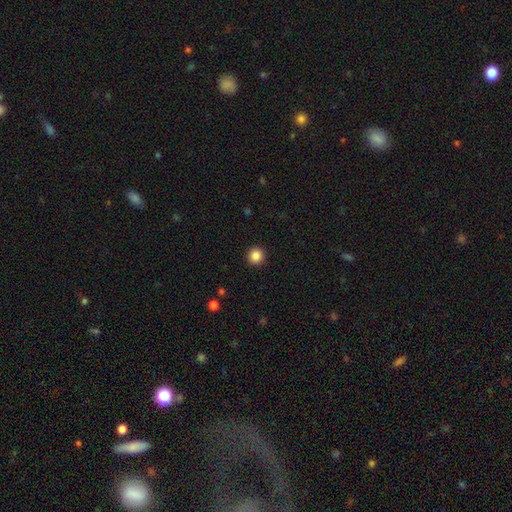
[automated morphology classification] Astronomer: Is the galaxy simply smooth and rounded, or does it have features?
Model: smooth — 87%.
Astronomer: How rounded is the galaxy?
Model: round — 94%.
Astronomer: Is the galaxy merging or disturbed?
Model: none — 93%.